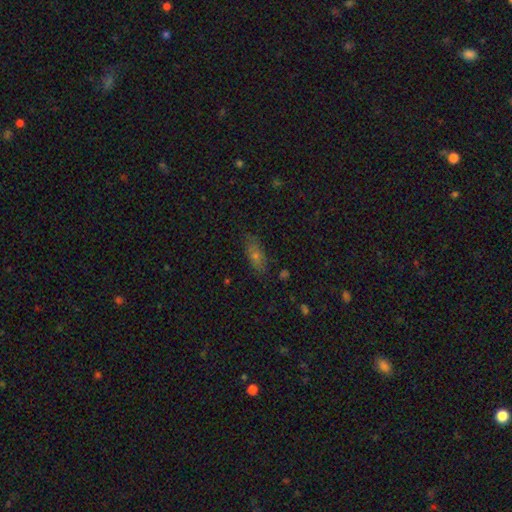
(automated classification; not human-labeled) Smooth or featured? smooth (58%)
How rounded? in between (67%)
Merging? none (80%)